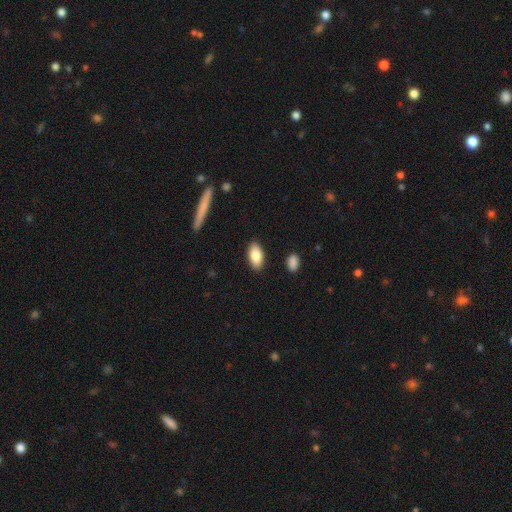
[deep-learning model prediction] A smooth galaxy with no disk features (85%) that is in between round and cigar-shaped (92%).

Vote fractions:
- Smooth or featured? smooth: 85% / featured or disk: 9% / star or artifact: 6%
- How rounded? in between: 92% / cigar-shaped: 5% / round: 3%
- Merging? none: 88% / minor disturbance: 8% / major disturbance: 2% / merger: 2%